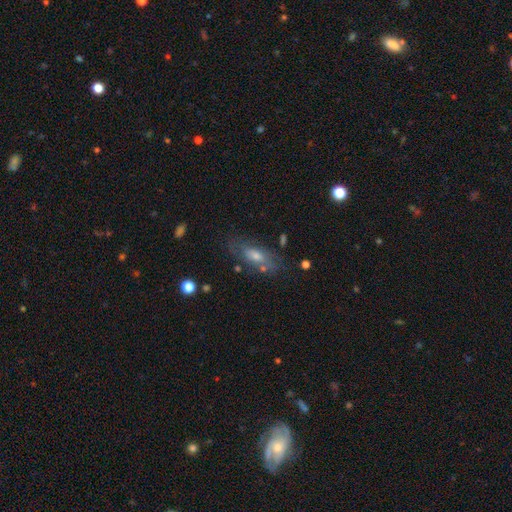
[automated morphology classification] The model was most divided on "smooth or featured": featured or disk: 45%, smooth: 44%, star or artifact: 11%. More confident: merging — none (67%).